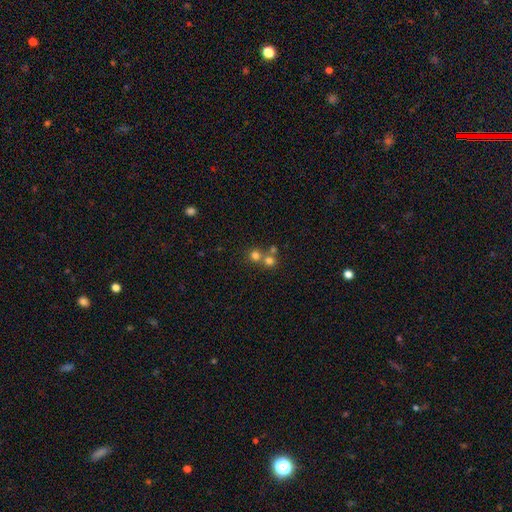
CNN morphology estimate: Overall: smooth (71%). How rounded: round (90%). Merging: none (48%; merger 45%).